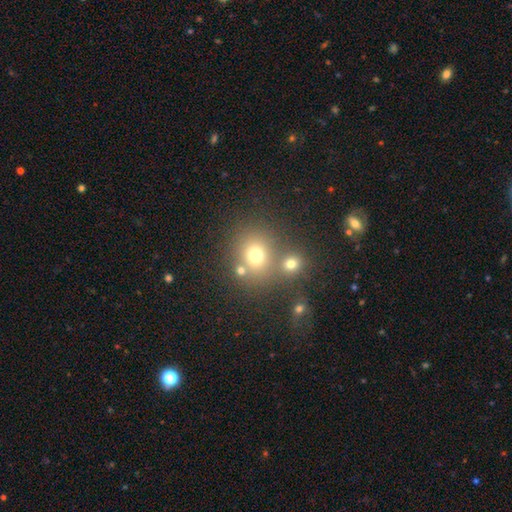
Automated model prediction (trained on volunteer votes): A smooth galaxy with no disk features (71%) that is round (77%).

Vote fractions:
- Smooth or featured? smooth: 71% / star or artifact: 18% / featured or disk: 11%
- How rounded? round: 77% / in between: 22% / cigar-shaped: 1%
- Merging? none: 61% / merger: 26% / minor disturbance: 9% / major disturbance: 4%